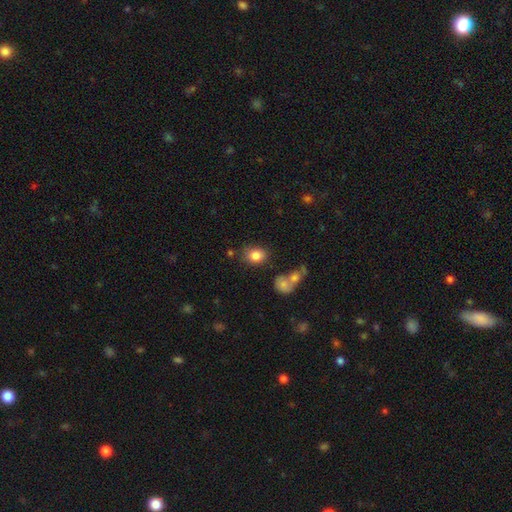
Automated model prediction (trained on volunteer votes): Smooth or featured? smooth (83%)
How rounded? in between (55%)
Merging? none (73%)